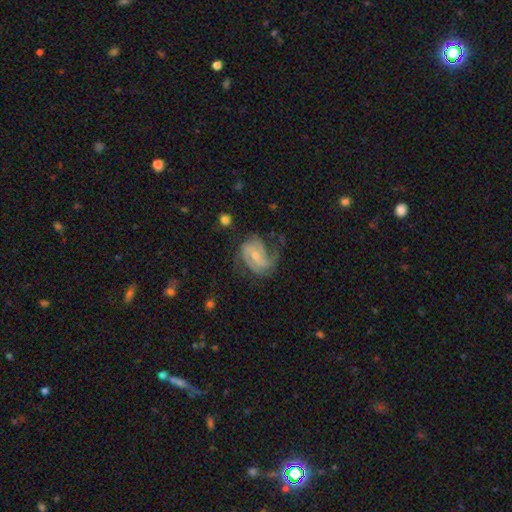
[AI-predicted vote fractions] Morphology: type=featured or disk (80%); edge-on=no (98%); bar=weak (46%); spiral arms=yes (93%); winding=medium (45%); arm count=2 (43%); bulge=small (57%); merging=none (51%).